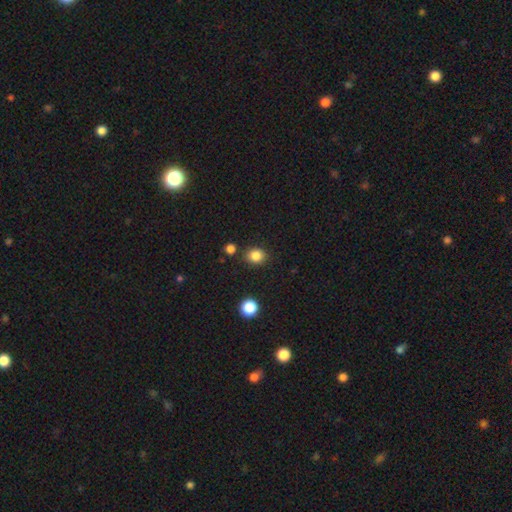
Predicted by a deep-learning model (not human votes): Smooth or featured: smooth — 85% (star or artifact — 11%)
How rounded: round — 67% (in between — 32%)
Merging: none — 84% (minor disturbance — 9%)